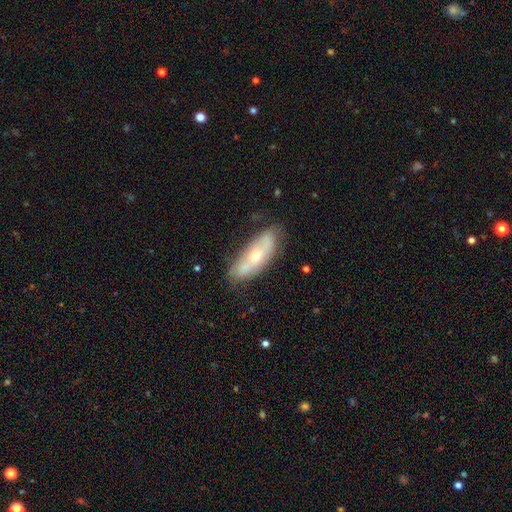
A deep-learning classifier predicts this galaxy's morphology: smooth-or-featured: featured or disk: 53% | smooth: 40% | star or artifact: 7%
  disk-edge-on: no: 72% | yes: 28%
  merging: none: 71% | minor disturbance: 20% | major disturbance: 5% | merger: 4%